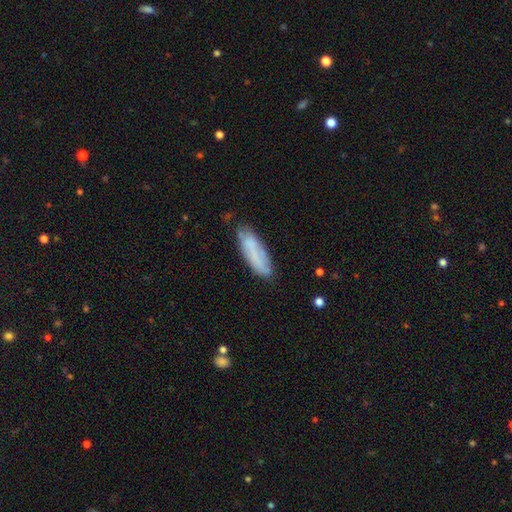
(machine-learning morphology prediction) smooth_or_featured: smooth (p=0.69) [alt: featured or disk p=0.24]
how_rounded: in between (p=0.51) [alt: cigar-shaped p=0.47]
merging: none (p=0.66) [alt: minor disturbance p=0.24]